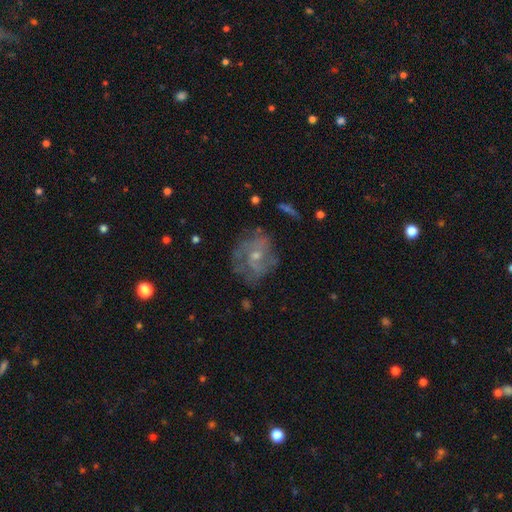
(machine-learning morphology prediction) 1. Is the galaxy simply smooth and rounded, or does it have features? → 71% featured or disk, 20% smooth, 9% star or artifact.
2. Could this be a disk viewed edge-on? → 97% no, 3% yes.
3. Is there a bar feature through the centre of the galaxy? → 62% no, 33% weak, 6% strong.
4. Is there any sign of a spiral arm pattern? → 75% yes, 25% no.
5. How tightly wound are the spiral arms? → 44% medium, 31% tight, 25% loose.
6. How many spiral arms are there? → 39% 2, 34% can't tell, 15% 3, 5% 1, 5% 4, 3% more than 4.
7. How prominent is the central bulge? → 60% small, 35% moderate, 3% none, 1% large, 1% dominant.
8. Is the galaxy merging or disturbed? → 61% none, 22% minor disturbance, 15% major disturbance, 2% merger.